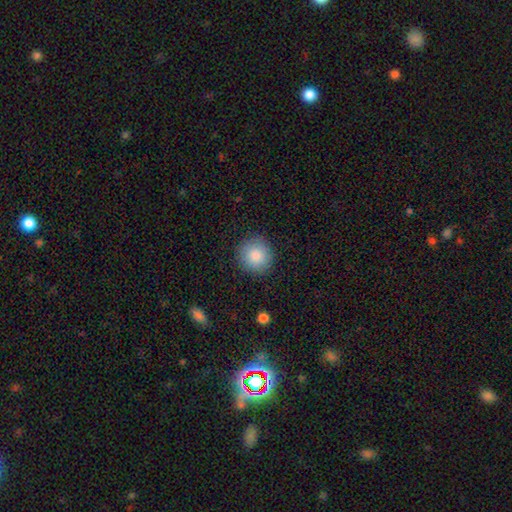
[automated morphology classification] smooth 85%, star or artifact 8%, featured or disk 7%. Down the decision tree: how rounded — round (92%); merging — none (88%).